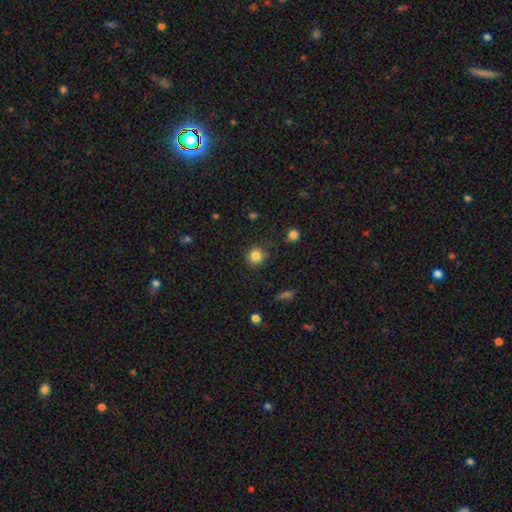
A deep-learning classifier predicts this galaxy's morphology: Q: Smooth or featured?
A: smooth (84%); runner-up: star or artifact (11%)
Q: How rounded?
A: round (89%); runner-up: in between (10%)
Q: Merging?
A: none (82%); runner-up: minor disturbance (12%)